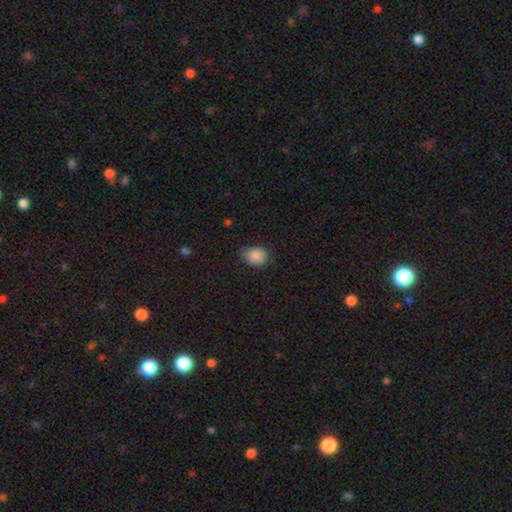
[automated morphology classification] smooth_or_featured: smooth (p=0.87) [alt: star or artifact p=0.09]
how_rounded: in between (p=0.57) [alt: round p=0.42]
merging: none (p=0.67) [alt: minor disturbance p=0.27]